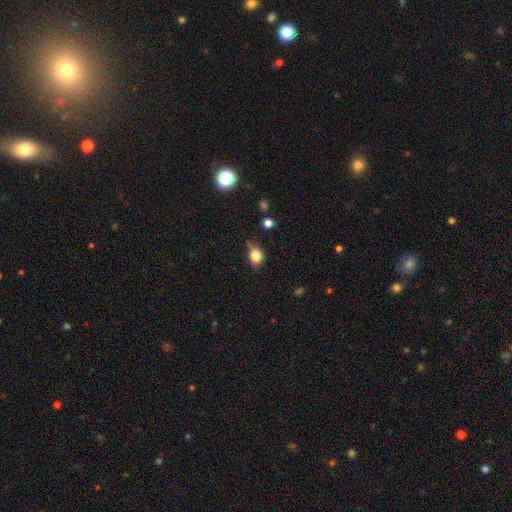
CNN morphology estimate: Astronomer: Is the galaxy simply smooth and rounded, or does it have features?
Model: smooth — 82%.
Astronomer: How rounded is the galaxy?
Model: round — 54% (runner-up: in between, 45%).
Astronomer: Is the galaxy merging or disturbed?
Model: none — 56% (runner-up: minor disturbance, 32%).